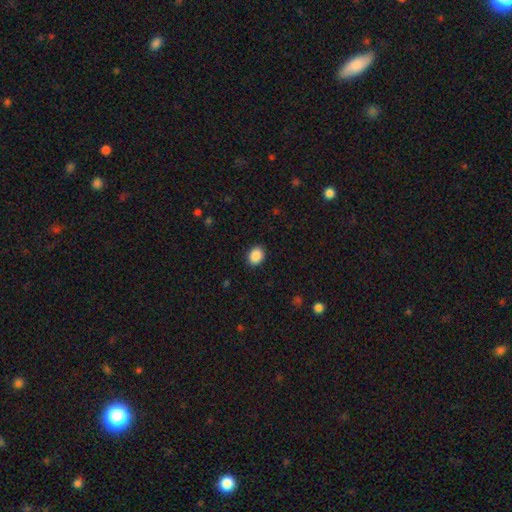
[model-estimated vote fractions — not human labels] Q: Smooth or featured?
A: smooth (89%); runner-up: star or artifact (8%)
Q: How rounded?
A: in between (58%); runner-up: round (41%)
Q: Merging?
A: none (90%); runner-up: minor disturbance (7%)